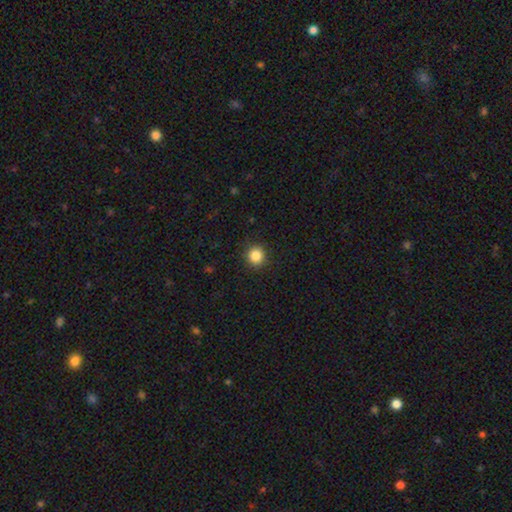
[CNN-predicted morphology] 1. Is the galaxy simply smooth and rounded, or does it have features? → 86% smooth, 10% star or artifact, 4% featured or disk.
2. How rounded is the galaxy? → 93% round, 6% in between, 1% cigar-shaped.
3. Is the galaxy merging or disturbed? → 91% none, 6% minor disturbance, 2% major disturbance, 1% merger.